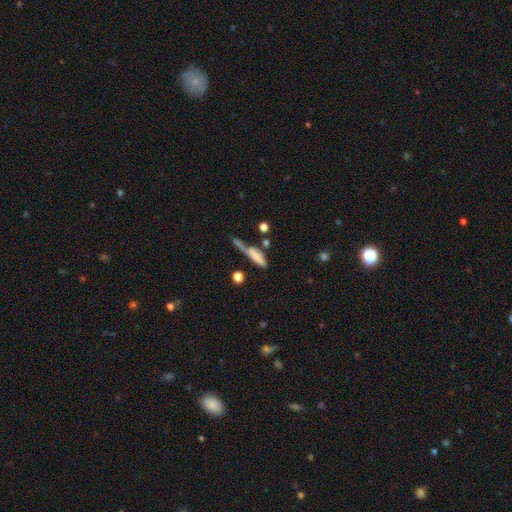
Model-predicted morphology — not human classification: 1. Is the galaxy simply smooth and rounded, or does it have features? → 60% smooth, 30% featured or disk, 9% star or artifact.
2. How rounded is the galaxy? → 68% cigar-shaped, 29% in between, 4% round.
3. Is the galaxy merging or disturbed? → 30% none, 29% merger, 21% major disturbance, 20% minor disturbance.